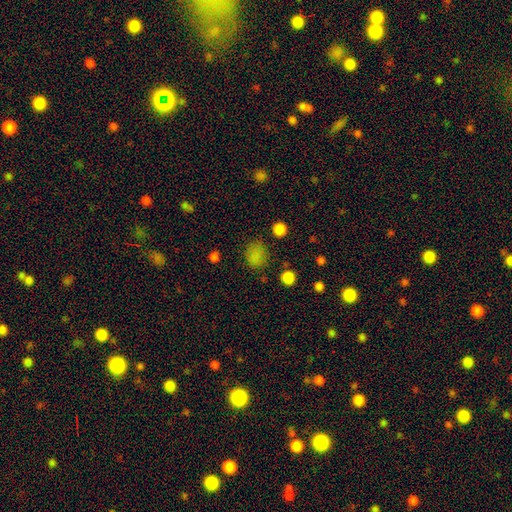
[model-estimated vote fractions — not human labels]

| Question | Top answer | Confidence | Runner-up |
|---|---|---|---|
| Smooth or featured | smooth | 78% | star or artifact (17%) |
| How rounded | round | 59% | in between (40%) |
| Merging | none | 75% | minor disturbance (16%) |